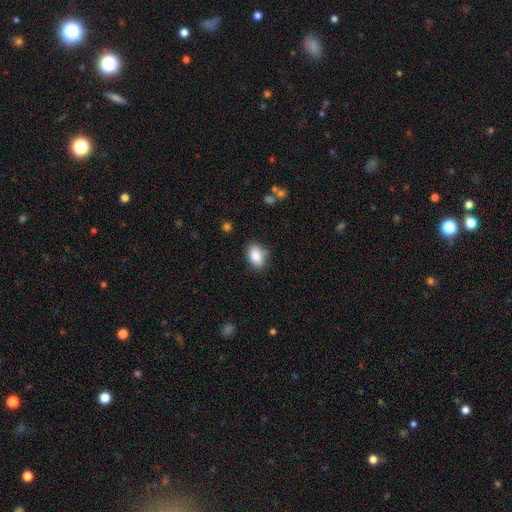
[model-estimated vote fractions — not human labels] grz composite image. It shows a smooth galaxy with no disk features (84%) that is in between round and cigar-shaped (82%). Merging: none (77%).